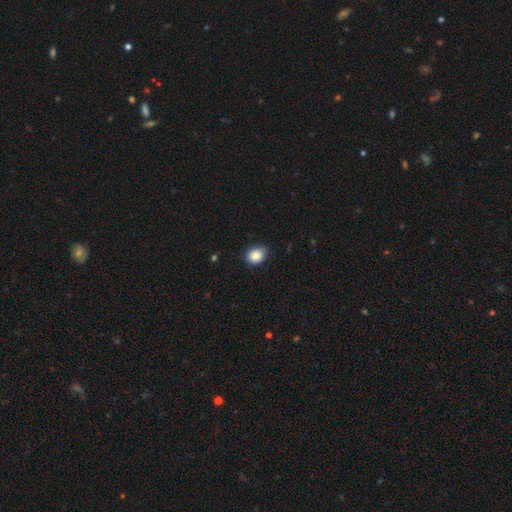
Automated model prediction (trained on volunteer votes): This appears to be a smooth galaxy with no disk features (86%) that is round (50%). Merging: none (76%).